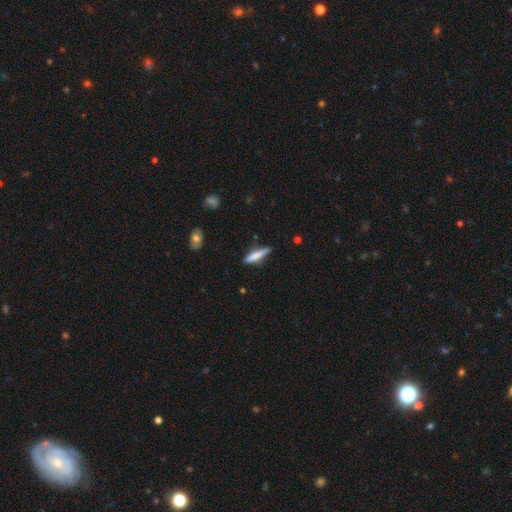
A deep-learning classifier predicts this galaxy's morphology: Overall: smooth (62%; featured or disk 32%). How rounded: cigar-shaped (83%). Merging: none (79%).